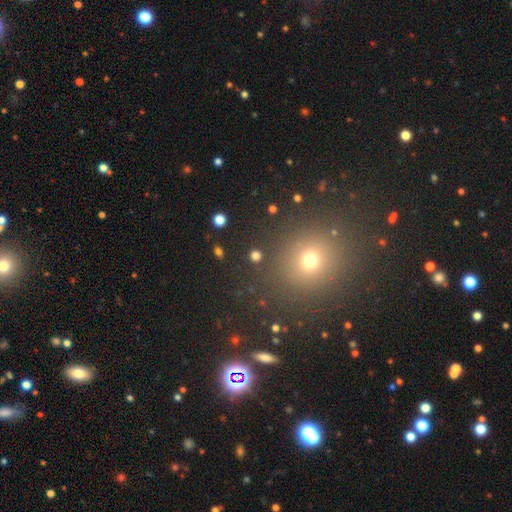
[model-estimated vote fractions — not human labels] Morphology: type=smooth (75%); roundness=round (84%); merging=none (88%).